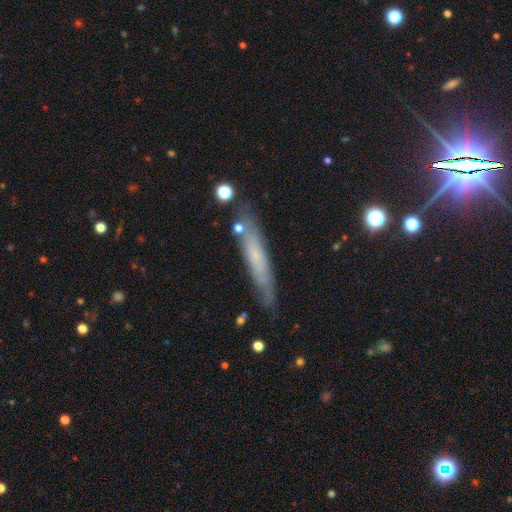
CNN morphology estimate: Smooth or featured?
  - smooth: 45% * (tied)
  - featured or disk: 45% * (tied)
  - star or artifact: 9%
Merging?
  - none: 75% *
  - minor disturbance: 17%
  - major disturbance: 4%
  - merger: 4%